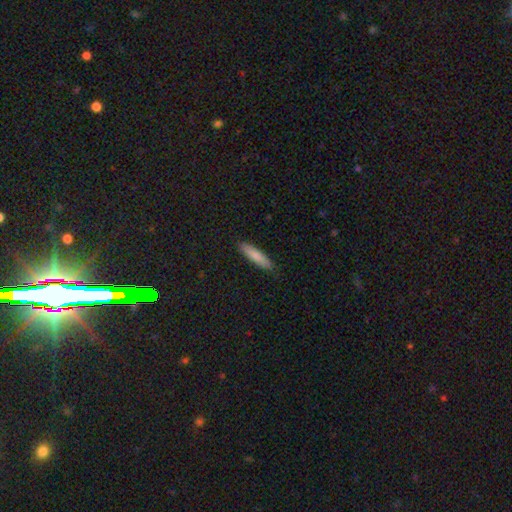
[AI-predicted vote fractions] Smooth or featured? smooth (82%)
How rounded? cigar-shaped (79%)
Merging? none (88%)